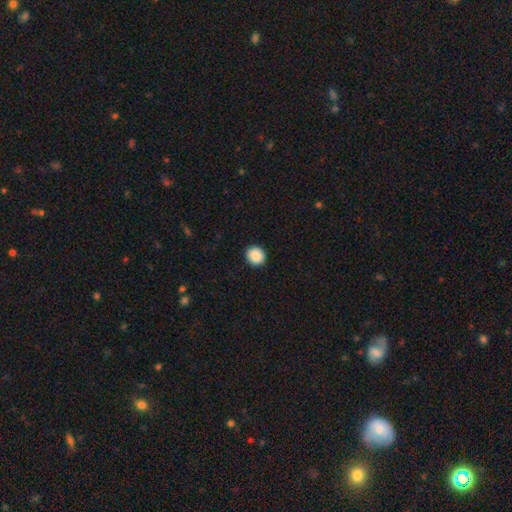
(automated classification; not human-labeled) Smooth or featured: smooth — 89% (star or artifact — 8%)
How rounded: round — 89% (in between — 10%)
Merging: none — 92% (minor disturbance — 6%)